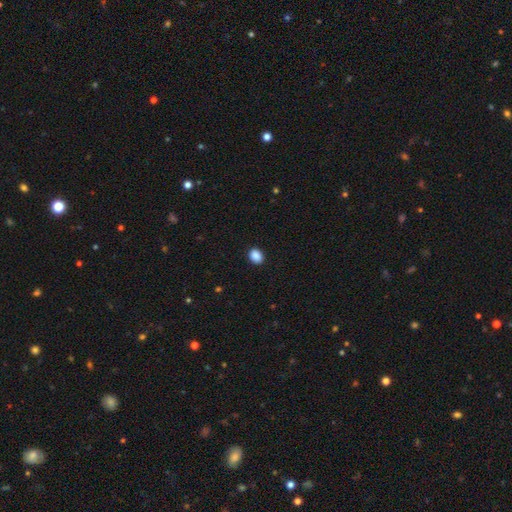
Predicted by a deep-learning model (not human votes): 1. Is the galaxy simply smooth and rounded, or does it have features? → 89% smooth, 8% star or artifact, 3% featured or disk.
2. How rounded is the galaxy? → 59% in between, 40% round, 1% cigar-shaped.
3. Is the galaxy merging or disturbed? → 91% none, 6% minor disturbance, 2% major disturbance, 1% merger.